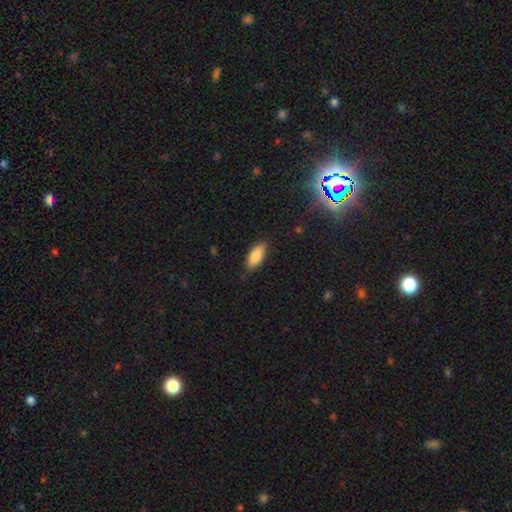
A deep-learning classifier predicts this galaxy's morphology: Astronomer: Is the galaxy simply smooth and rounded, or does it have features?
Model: smooth — 84%.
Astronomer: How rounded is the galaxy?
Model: in between — 82%.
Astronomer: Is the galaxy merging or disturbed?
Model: none — 79%.